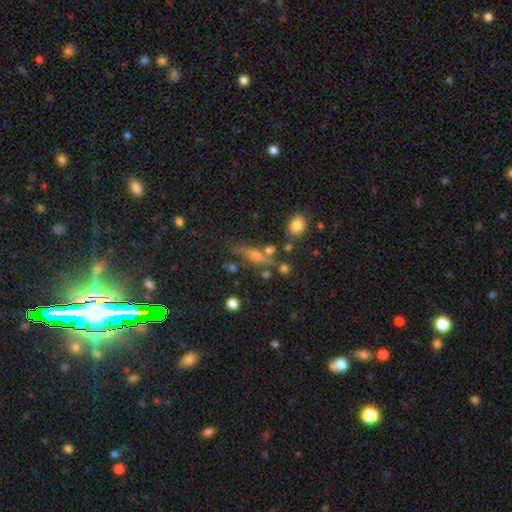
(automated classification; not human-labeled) Overall: featured or disk (52%; smooth 30%). Edge-on disk: yes (83%). Merging: none (67%).